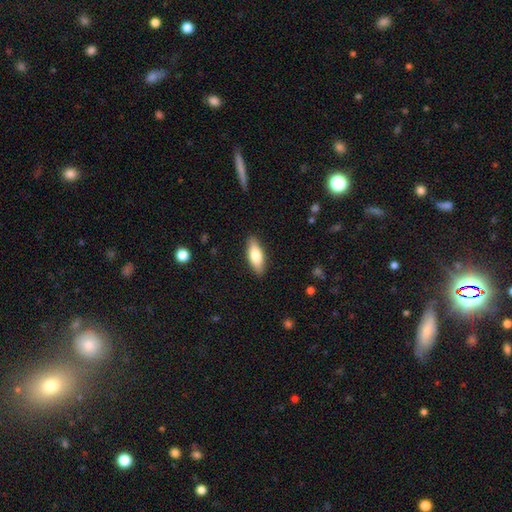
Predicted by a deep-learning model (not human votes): A smooth galaxy with no disk features (76%) that is in between round and cigar-shaped (69%).

Vote fractions:
- Smooth or featured? smooth: 76% / featured or disk: 19% / star or artifact: 6%
- How rounded? in between: 69% / cigar-shaped: 29% / round: 2%
- Merging? none: 89% / minor disturbance: 8% / major disturbance: 2% / merger: 1%